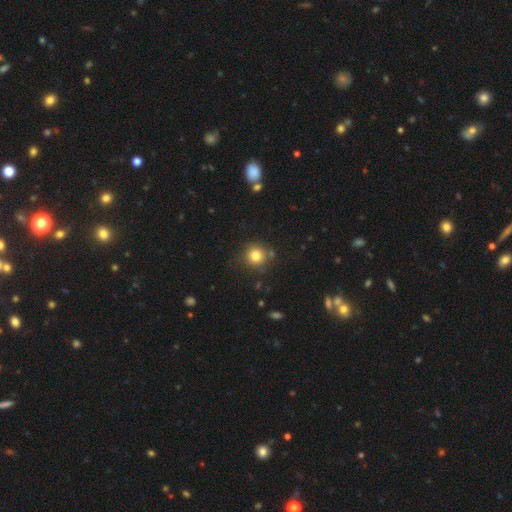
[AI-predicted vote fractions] smooth_or_featured: smooth (p=0.80) [alt: star or artifact p=0.13]
how_rounded: round (p=0.93) [alt: in between p=0.06]
merging: none (p=0.81) [alt: minor disturbance p=0.10]